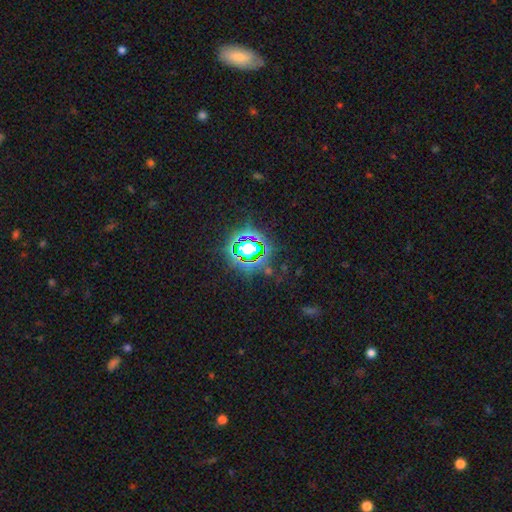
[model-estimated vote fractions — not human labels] Morphology: type=star or artifact (78%).